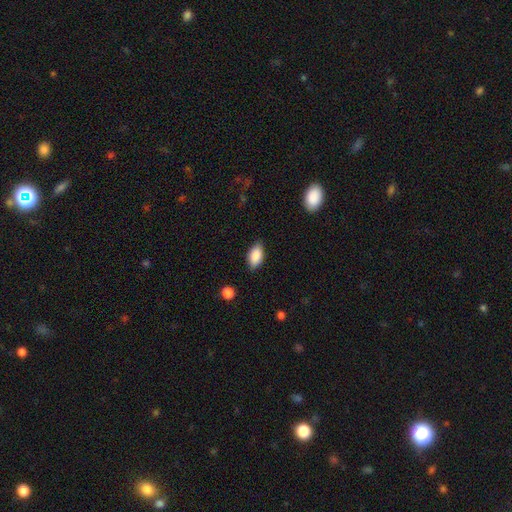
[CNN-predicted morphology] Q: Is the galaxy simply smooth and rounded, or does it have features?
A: smooth — 86%.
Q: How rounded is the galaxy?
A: in between — 92%.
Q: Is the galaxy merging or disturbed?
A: none — 82%.